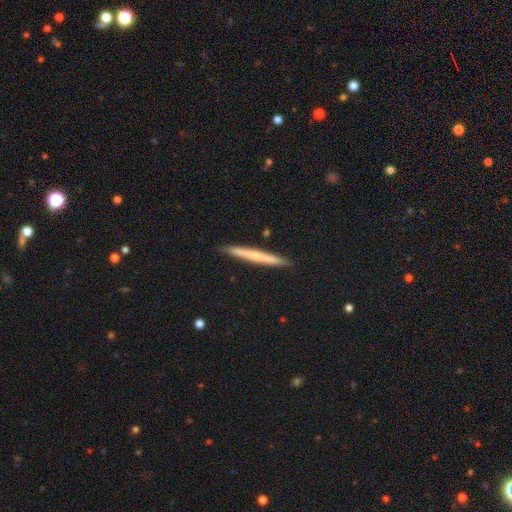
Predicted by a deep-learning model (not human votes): smooth 53%, featured or disk 40%, star or artifact 7%. Down the decision tree: how rounded — cigar-shaped (97%); merging — none (91%).